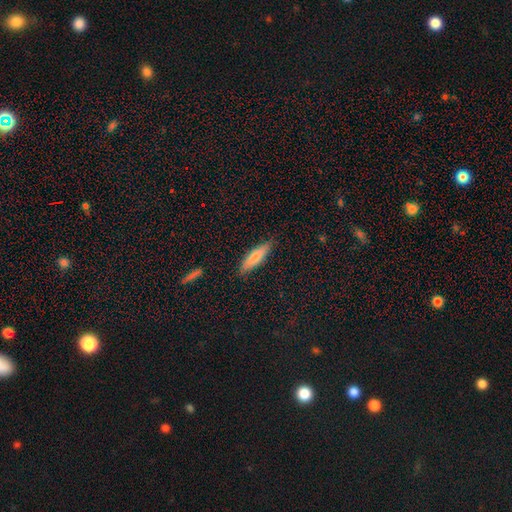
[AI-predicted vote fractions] The model was most divided on "how rounded": cigar-shaped: 65%, in between: 34%, round: 1%. More confident: merging — none (84%); smooth or featured — smooth (77%).